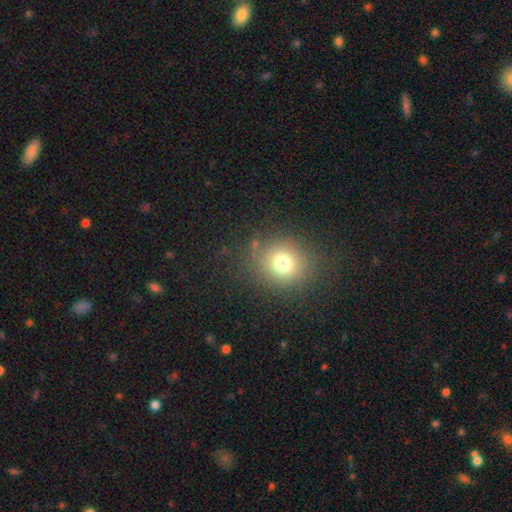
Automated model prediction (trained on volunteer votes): This is likely a smooth galaxy (72%). How rounded: likely round (78%). Merging: clearly none (85%).